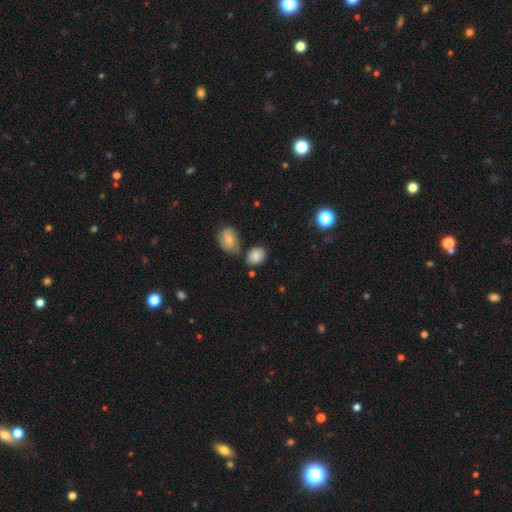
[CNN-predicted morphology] A smooth galaxy with no disk features (81%) that is in between round and cigar-shaped (53%).

Vote fractions:
- Smooth or featured? smooth: 81% / featured or disk: 10% / star or artifact: 10%
- How rounded? in between: 53% / round: 46% / cigar-shaped: 1%
- Merging? none: 62% / minor disturbance: 18% / merger: 16% / major disturbance: 4%